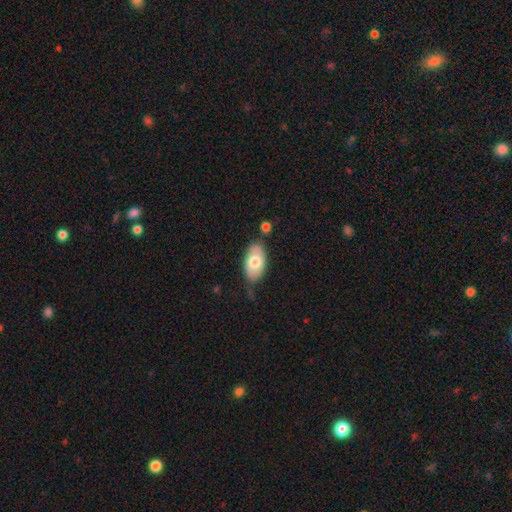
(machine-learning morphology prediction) A smooth galaxy with no disk features (62%) that is in between round and cigar-shaped (91%). Merging: none (73%).